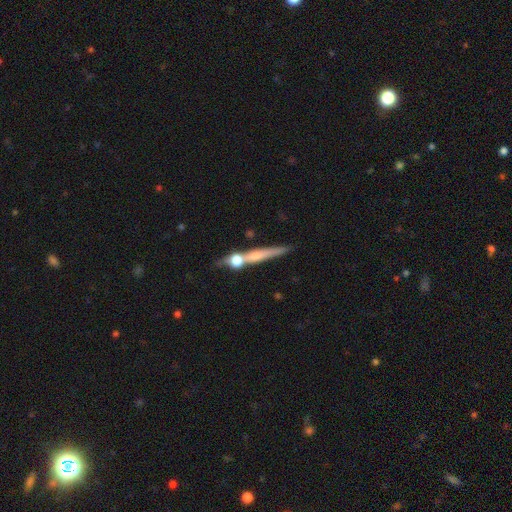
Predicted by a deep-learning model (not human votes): The model was most divided on "smooth or featured": featured or disk: 58%, smooth: 33%, star or artifact: 9%. More confident: edge-on disk — yes (91%); edge-on bulge — rounded (68%); merging — none (57%).